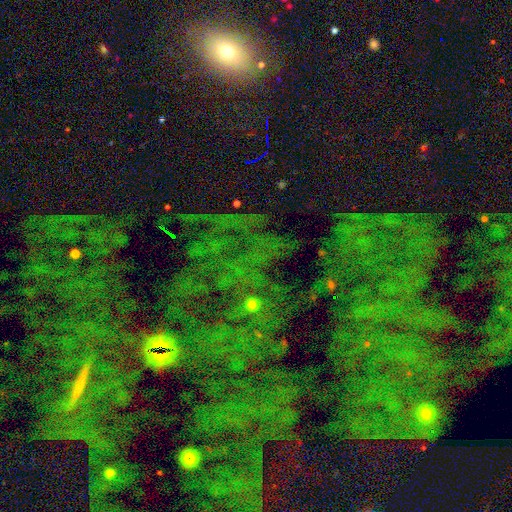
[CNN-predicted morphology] This appears to be a star or artifact, not a galaxy (75%).